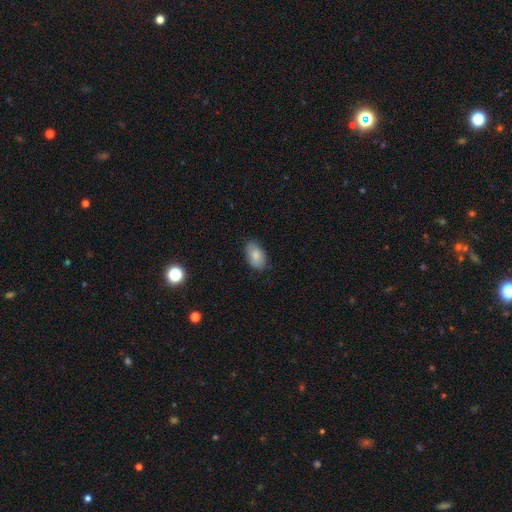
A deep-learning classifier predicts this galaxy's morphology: type=smooth (82%); roundness=in between (93%); merging=none (79%).